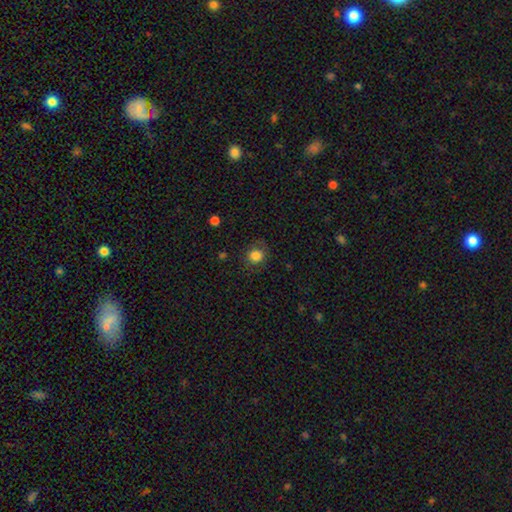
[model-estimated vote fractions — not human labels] A smooth galaxy with no disk features (82%) that is round (83%). Merging: none (76%).